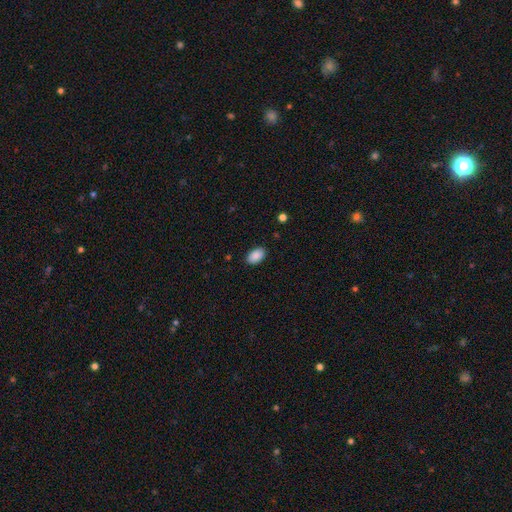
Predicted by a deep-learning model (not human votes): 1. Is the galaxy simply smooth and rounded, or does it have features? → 89% smooth, 7% star or artifact, 3% featured or disk.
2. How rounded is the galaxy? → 94% in between, 5% round, 1% cigar-shaped.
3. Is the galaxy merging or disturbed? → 88% none, 9% minor disturbance, 2% major disturbance, 1% merger.